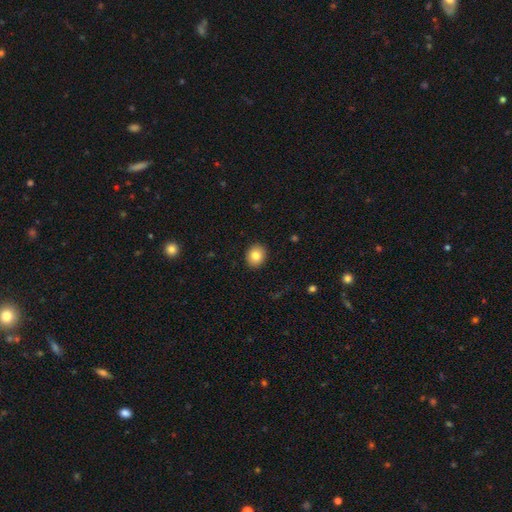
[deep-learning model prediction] A smooth galaxy with no disk features (82%) that is round (68%). Merging: none (91%).